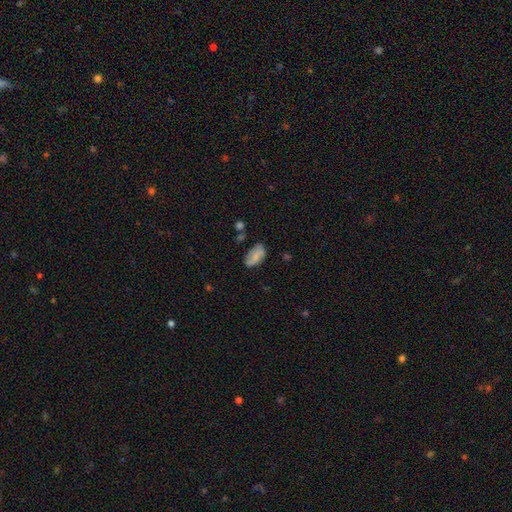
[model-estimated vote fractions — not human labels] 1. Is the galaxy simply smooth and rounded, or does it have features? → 66% smooth, 25% featured or disk, 9% star or artifact.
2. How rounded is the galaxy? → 92% in between, 5% round, 3% cigar-shaped.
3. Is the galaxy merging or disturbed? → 64% none, 25% minor disturbance, 7% major disturbance, 4% merger.